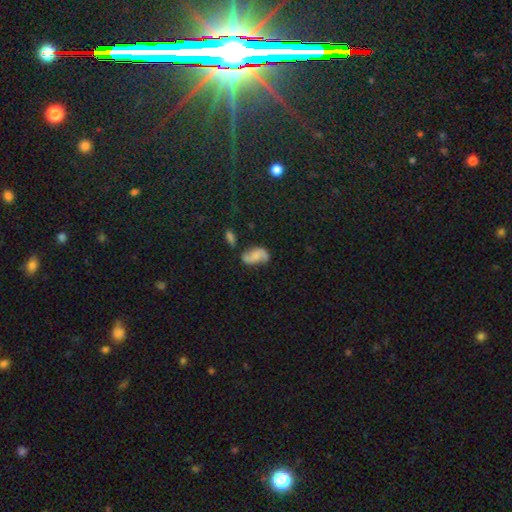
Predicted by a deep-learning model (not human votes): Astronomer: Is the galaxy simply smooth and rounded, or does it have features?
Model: featured or disk — 63%.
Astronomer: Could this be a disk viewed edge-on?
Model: no — 97%.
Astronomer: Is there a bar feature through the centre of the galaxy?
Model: no — 59%.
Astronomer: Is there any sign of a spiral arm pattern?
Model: yes — 91%.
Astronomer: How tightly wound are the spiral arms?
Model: loose — 62%.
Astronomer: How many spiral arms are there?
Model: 2 — 90%.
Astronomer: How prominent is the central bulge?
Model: none — 38% (runner-up: small, 33%).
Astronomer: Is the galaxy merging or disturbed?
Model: none — 63%.